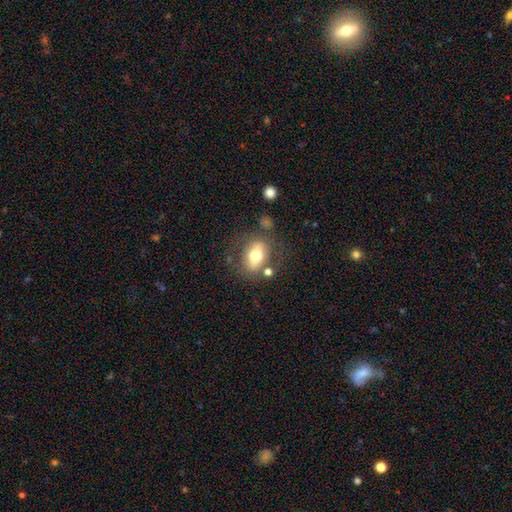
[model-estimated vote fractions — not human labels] Smooth or featured? Predicted: smooth (p=0.61). How rounded? Predicted: in between (p=0.74). Merging? Predicted: none (p=0.67).